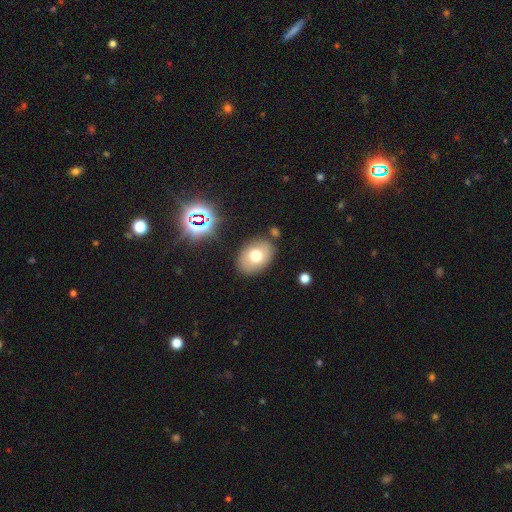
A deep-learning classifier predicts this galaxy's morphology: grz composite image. It shows a smooth galaxy with no disk features (69%) that is in between round and cigar-shaped (77%). Merging: none (82%).